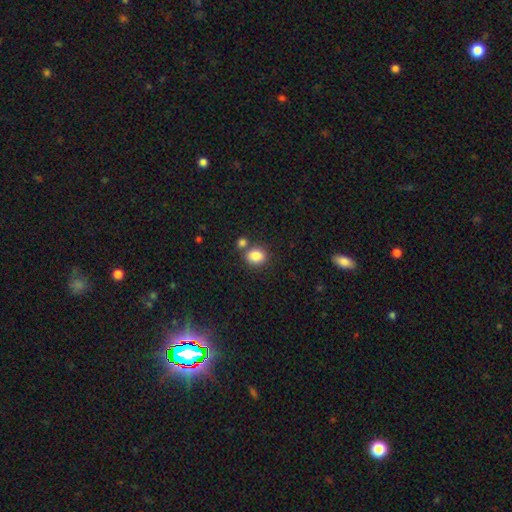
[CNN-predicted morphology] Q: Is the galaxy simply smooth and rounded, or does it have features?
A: smooth — 85%.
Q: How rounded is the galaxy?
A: round — 58%.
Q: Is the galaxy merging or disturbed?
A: none — 66%.